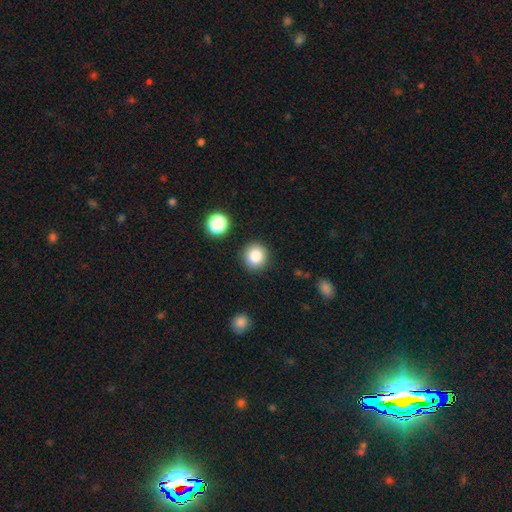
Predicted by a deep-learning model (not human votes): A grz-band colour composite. It shows a smooth galaxy with no disk features (84%) that is round (91%). Merging: none (89%).